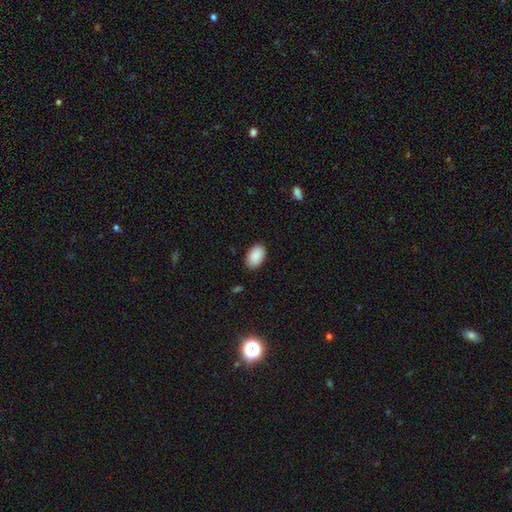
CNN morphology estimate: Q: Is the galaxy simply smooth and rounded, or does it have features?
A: smooth — 91%.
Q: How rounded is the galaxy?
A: in between — 92%.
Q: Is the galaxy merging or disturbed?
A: none — 88%.